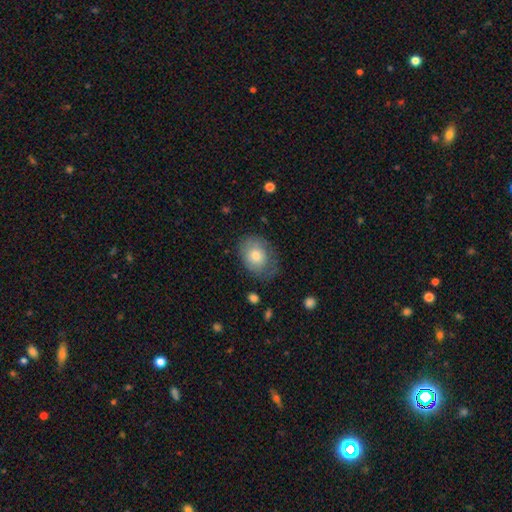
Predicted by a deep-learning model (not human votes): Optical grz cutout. It shows a smooth galaxy with no disk features (70%) that is in between round and cigar-shaped (63%). Merging: none (63%).